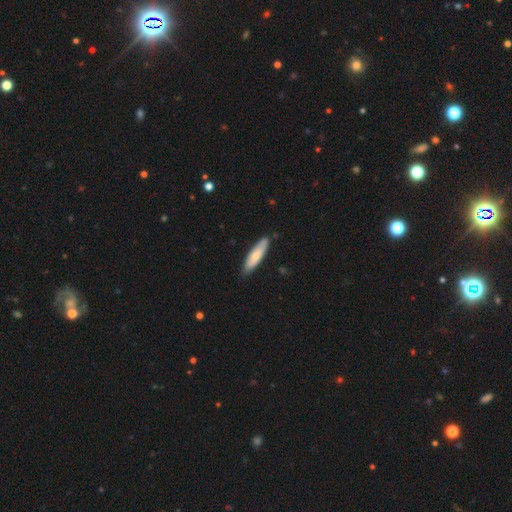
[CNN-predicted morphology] type=smooth (70%); roundness=cigar-shaped (65%); merging=none (81%).